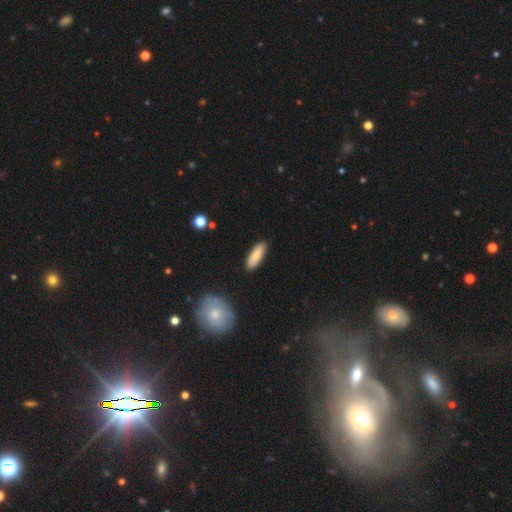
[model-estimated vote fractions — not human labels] Smooth or featured? Predicted: smooth (p=0.83). How rounded? Predicted: in between (p=0.62). Merging? Predicted: none (p=0.88).